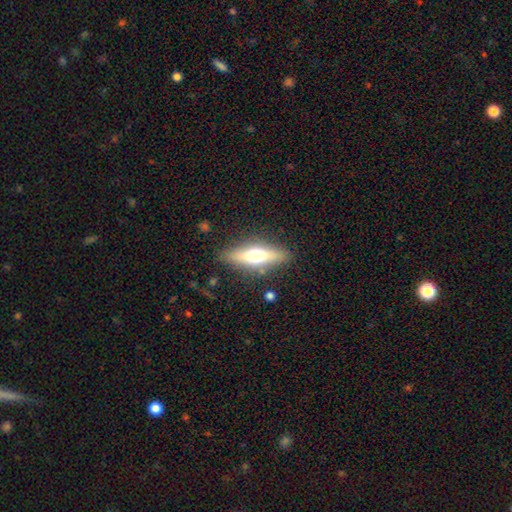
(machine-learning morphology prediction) smooth-or-featured: smooth: 49% | featured or disk: 44% | star or artifact: 7%
  merging: none: 83% | minor disturbance: 11% | major disturbance: 3% | merger: 2%